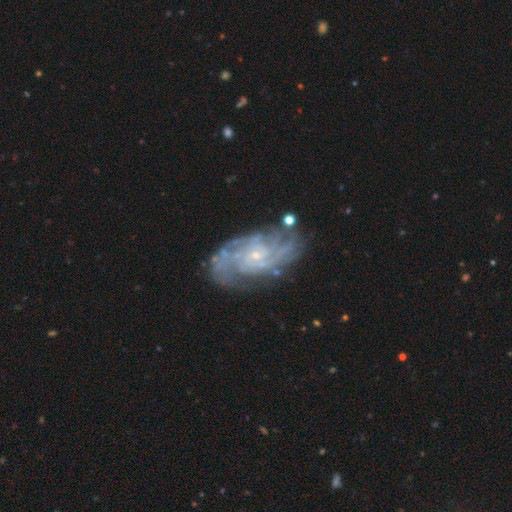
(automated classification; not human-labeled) smooth_or_featured: featured or disk (p=0.88) [alt: star or artifact p=0.06]
disk_edge_on: no (p=0.96) [alt: yes p=0.04]
bar: no (p=0.72) [alt: weak p=0.23]
has_spiral_arms: yes (p=0.96) [alt: no p=0.04]
spiral_winding: tight (p=0.53) [alt: medium p=0.37]
spiral_arm_count: 2 (p=0.27) [alt: can't tell p=0.25]
bulge_size: small (p=0.85) [alt: moderate p=0.10]
merging: none (p=0.72) [alt: minor disturbance p=0.18]